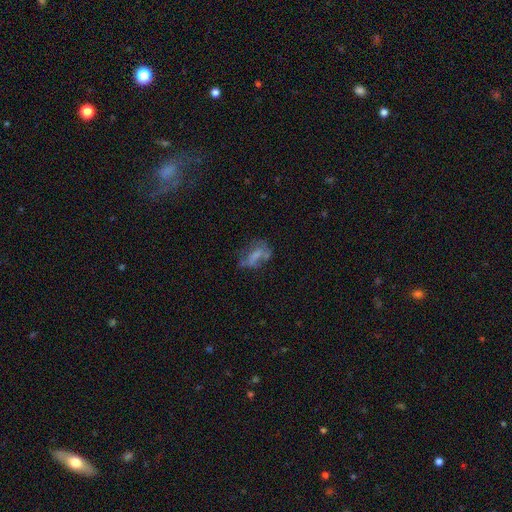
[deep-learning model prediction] Q: Smooth or featured?
A: featured or disk (44%); runner-up: smooth (42%)
Q: Merging?
A: none (38%); runner-up: major disturbance (30%)